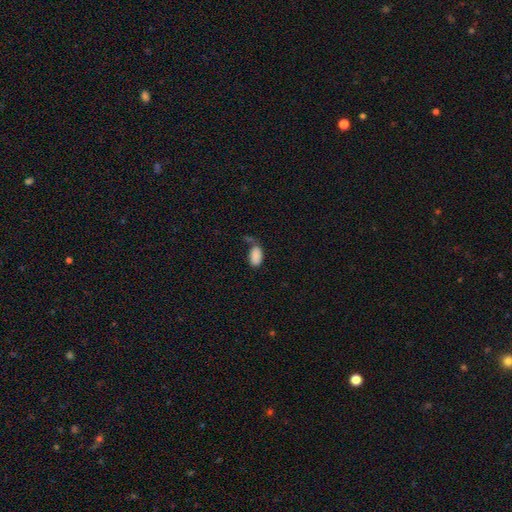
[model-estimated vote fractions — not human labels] Morphology: type=smooth (87%); roundness=in between (95%); merging=none (53%).